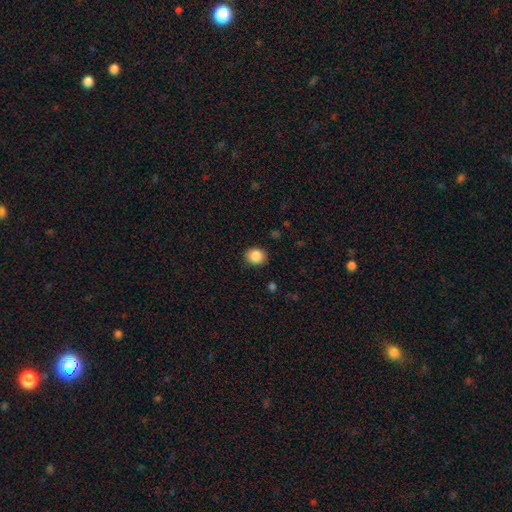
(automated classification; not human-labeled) Q: Smooth or featured?
A: smooth (87%); runner-up: star or artifact (9%)
Q: How rounded?
A: round (74%); runner-up: in between (25%)
Q: Merging?
A: none (88%); runner-up: minor disturbance (9%)